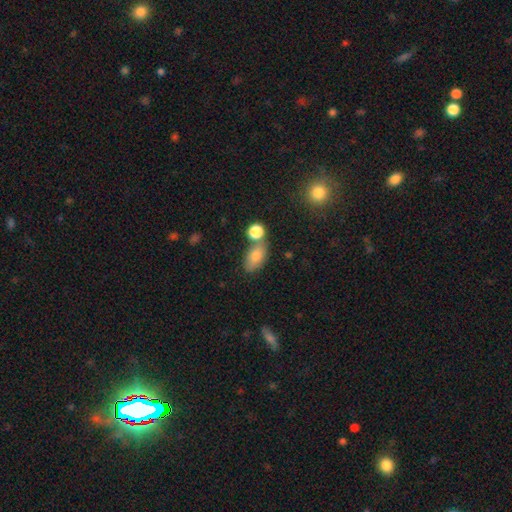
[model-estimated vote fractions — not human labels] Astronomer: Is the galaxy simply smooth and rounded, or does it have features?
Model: smooth — 77%.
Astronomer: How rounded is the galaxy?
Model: in between — 86%.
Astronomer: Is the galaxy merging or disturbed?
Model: none — 60%.